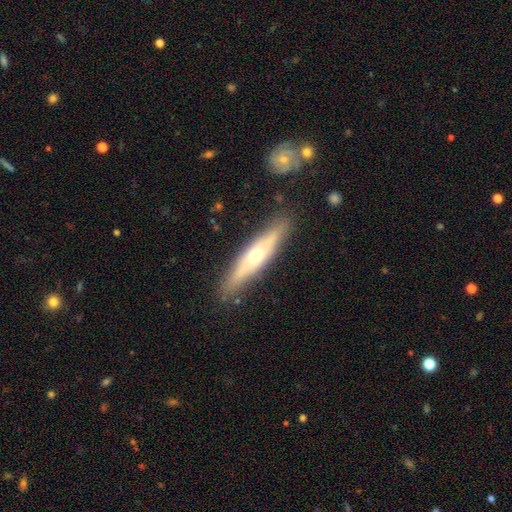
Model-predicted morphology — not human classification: This is possibly a featured or disk galaxy (54%). It is likely viewed edge-on (80%). Merging: clearly none (84%).